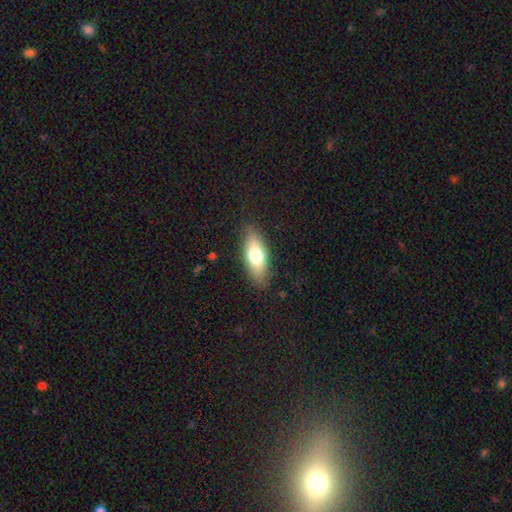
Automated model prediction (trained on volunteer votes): This appears to be a smooth galaxy with no disk features (69%) that is in between round and cigar-shaped (74%). Merging: none (83%).